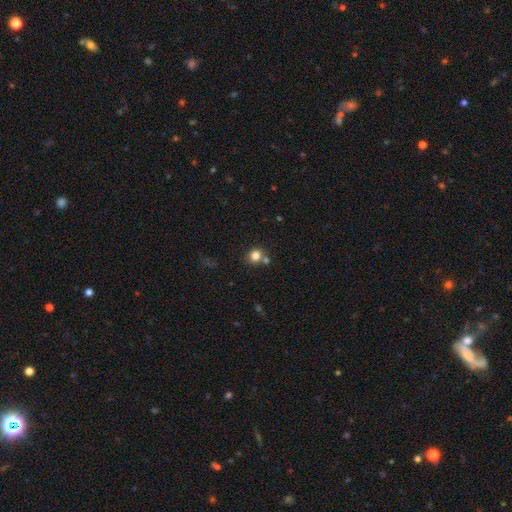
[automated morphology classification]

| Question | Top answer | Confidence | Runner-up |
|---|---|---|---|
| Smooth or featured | smooth | 81% | star or artifact (12%) |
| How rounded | round | 83% | in between (16%) |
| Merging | none | 66% | merger (21%) |